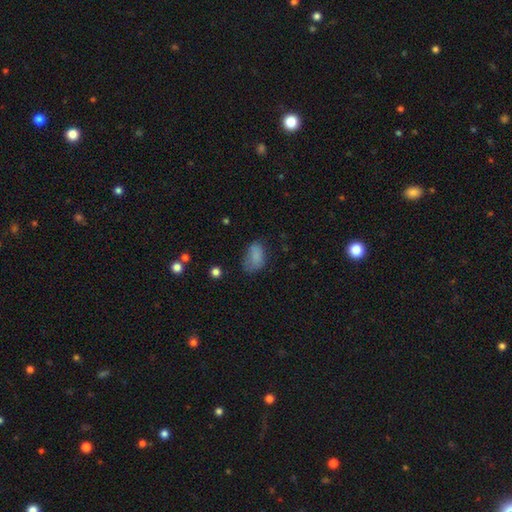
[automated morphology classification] This is likely a smooth galaxy (79%). How rounded: clearly in between (90%). Merging: possibly none (49%).